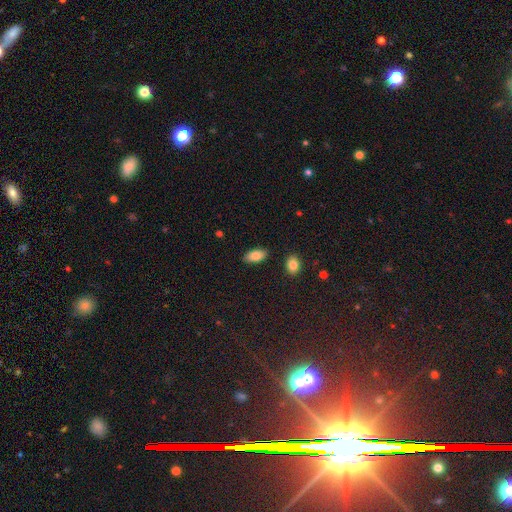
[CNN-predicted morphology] Smooth or featured: smooth — 82% (featured or disk — 10%)
How rounded: in between — 92% (cigar-shaped — 5%)
Merging: none — 87% (minor disturbance — 9%)